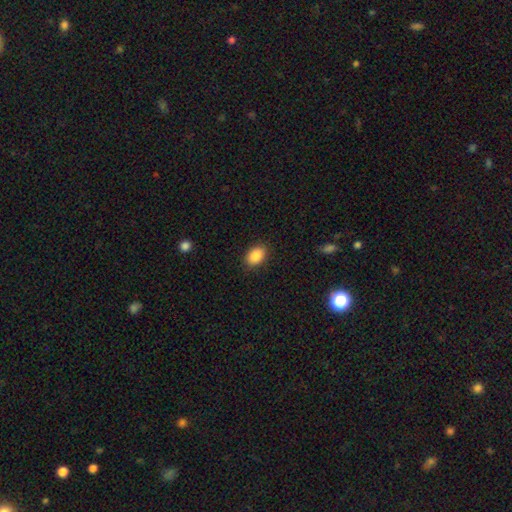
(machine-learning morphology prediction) A smooth galaxy with no disk features (88%) that is in between round and cigar-shaped (85%). Merging: none (88%).